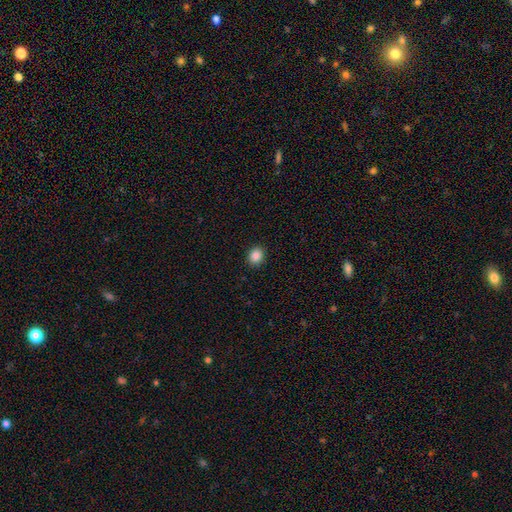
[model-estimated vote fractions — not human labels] Overall: smooth (87%). How rounded: round (62%; in between 37%). Merging: none (91%).